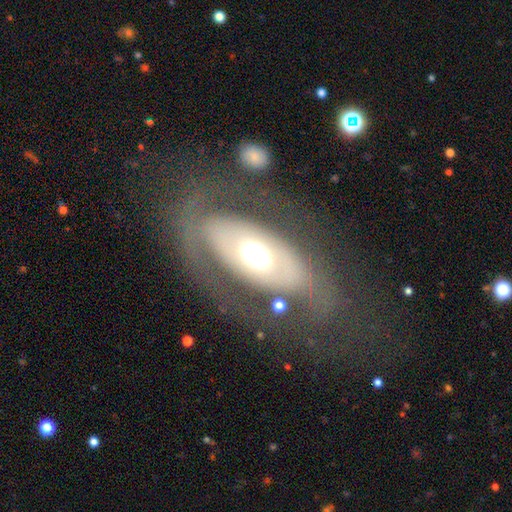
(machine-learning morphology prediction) smooth-or-featured: featured or disk: 61% | smooth: 31% | star or artifact: 8%
  disk-edge-on: no: 88% | yes: 12%
    bar: no: 79% | weak: 12% | strong: 9%
    has-spiral-arms: no: 70% | yes: 30%
    bulge-size: moderate: 42% | large: 40% | dominant: 13% | small: 4% | none: 1%
  merging: none: 66% | major disturbance: 17% | minor disturbance: 14% | merger: 3%